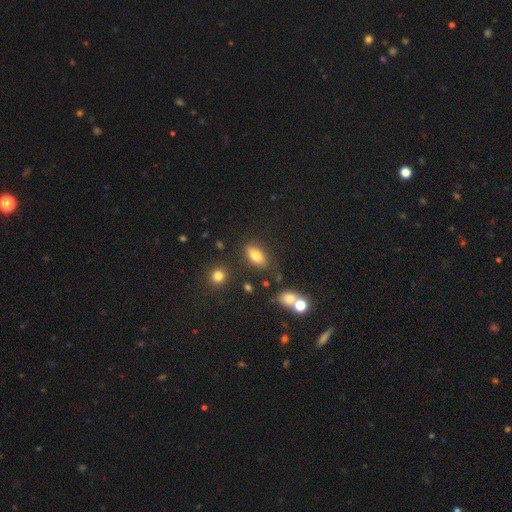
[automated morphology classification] Smooth or featured?
  - smooth: 80% *
  - featured or disk: 10%
  - star or artifact: 9%
How rounded?
  - in between: 86% *
  - cigar-shaped: 8%
  - round: 6%
Merging?
  - none: 80% *
  - minor disturbance: 12%
  - merger: 4%
  - major disturbance: 4%